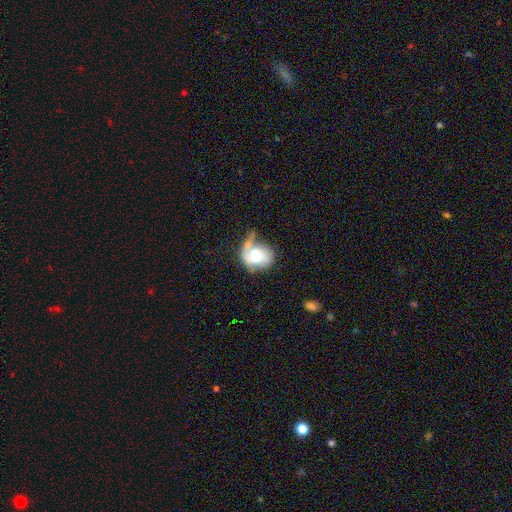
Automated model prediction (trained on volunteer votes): smooth-or-featured: featured or disk: 47% | smooth: 46% | star or artifact: 7%
  merging: none: 30% | minor disturbance: 26% | major disturbance: 26% | merger: 19%